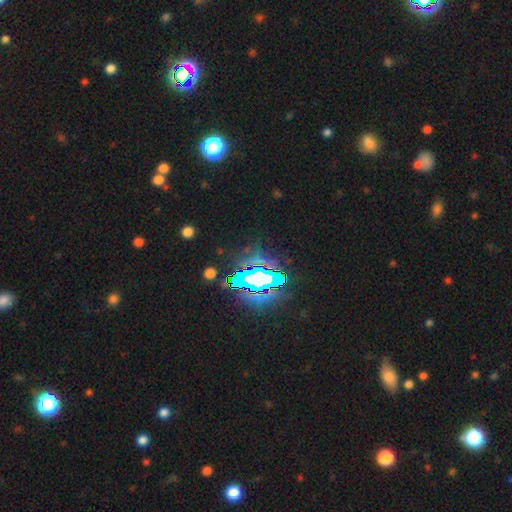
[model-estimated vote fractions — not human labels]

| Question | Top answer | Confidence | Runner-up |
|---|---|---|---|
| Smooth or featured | star or artifact | 79% | smooth (11%) |